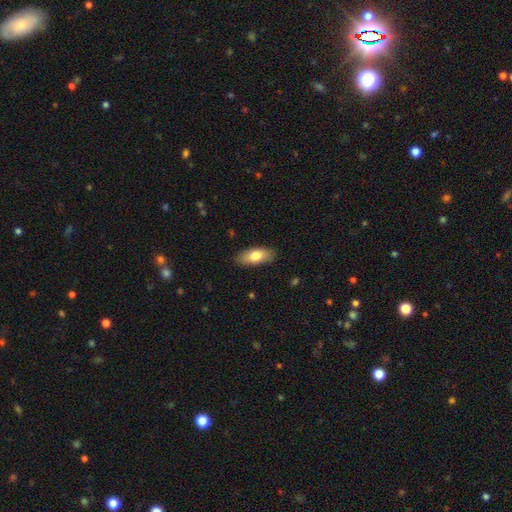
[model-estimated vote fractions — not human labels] This appears to be a smooth galaxy with no disk features (77%) that is in between round and cigar-shaped (82%). Merging: none (86%).